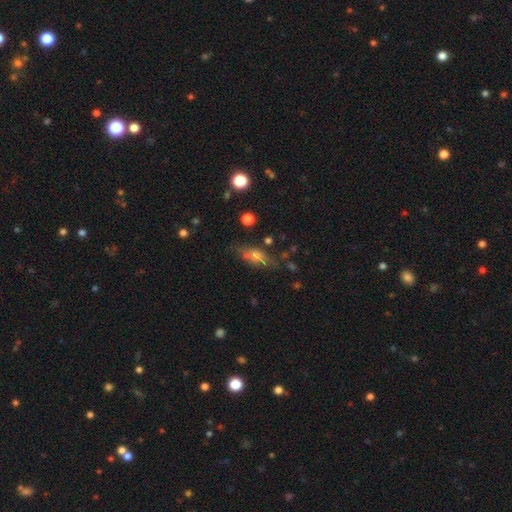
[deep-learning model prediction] Q: Smooth or featured?
A: smooth (54%); runner-up: featured or disk (34%)
Q: How rounded?
A: in between (58%); runner-up: cigar-shaped (36%)
Q: Merging?
A: none (69%); runner-up: minor disturbance (20%)